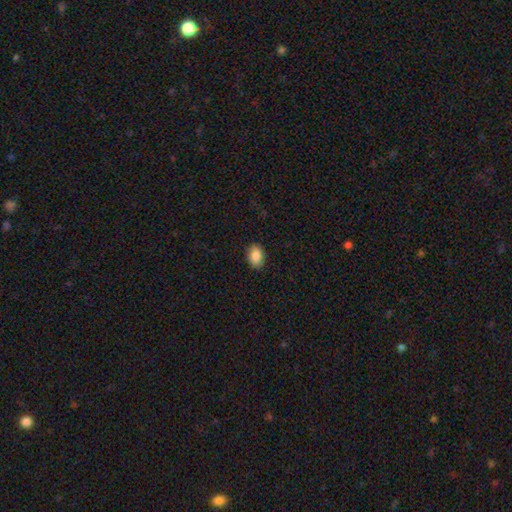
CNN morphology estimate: Smooth or featured: smooth — 88% (star or artifact — 8%)
How rounded: in between — 81% (round — 18%)
Merging: none — 89% (minor disturbance — 8%)